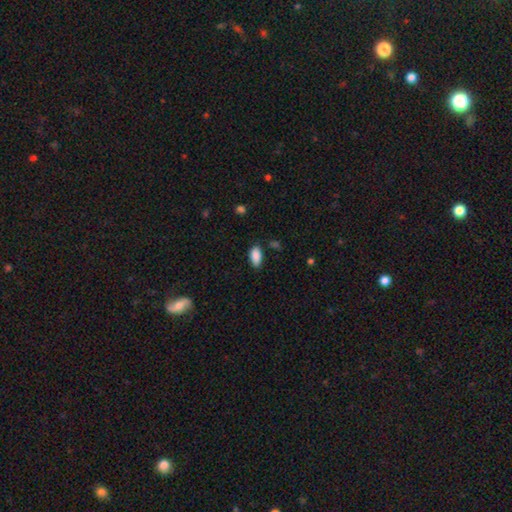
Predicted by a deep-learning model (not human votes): This is clearly a smooth galaxy (88%). How rounded: clearly in between (93%). Merging: likely none (78%).